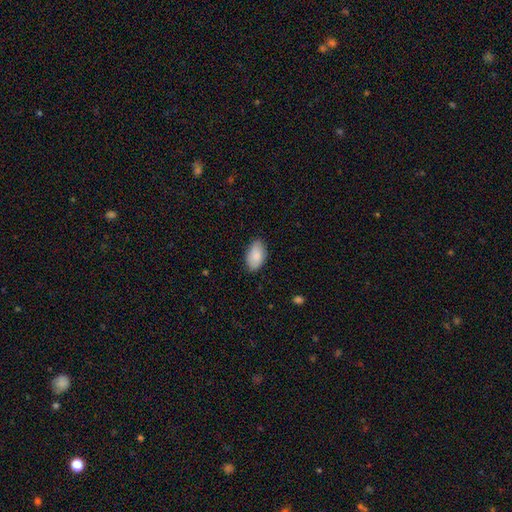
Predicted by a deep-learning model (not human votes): A smooth galaxy with no disk features (86%) that is in between round and cigar-shaped (94%). Merging: none (82%).